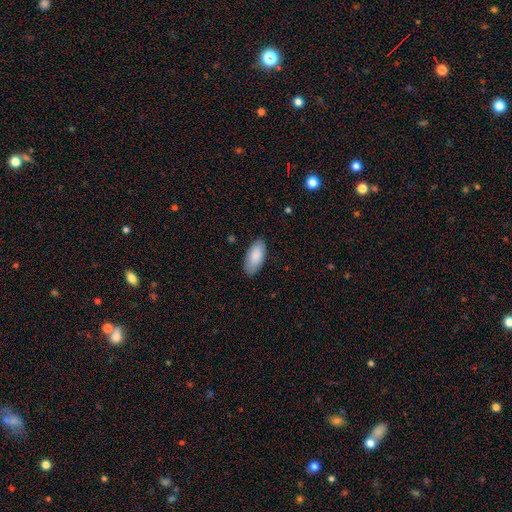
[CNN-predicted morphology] This is clearly a smooth galaxy (88%). How rounded: clearly in between (92%). Merging: clearly none (84%).